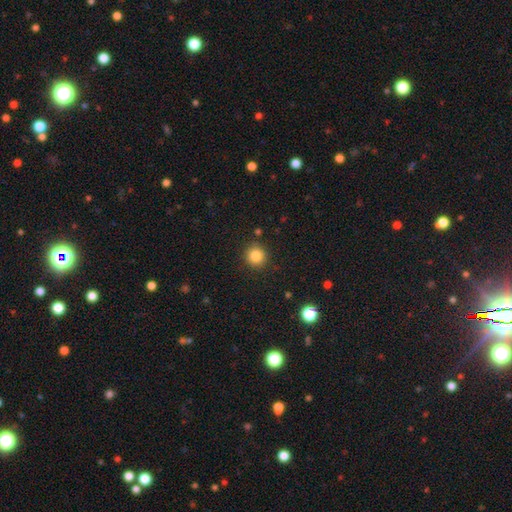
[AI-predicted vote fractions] Smooth or featured: smooth — 85% (star or artifact — 11%)
How rounded: round — 93% (in between — 6%)
Merging: none — 89% (minor disturbance — 7%)